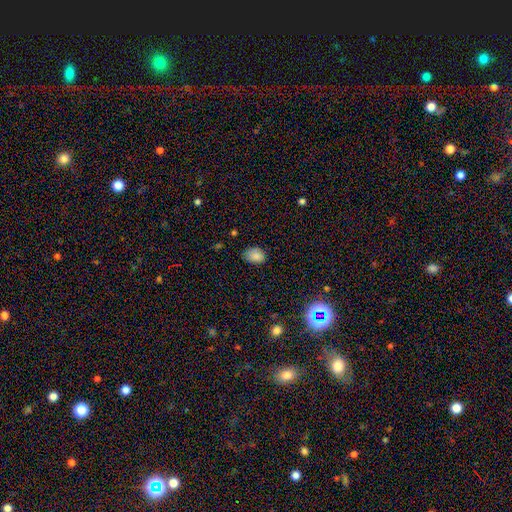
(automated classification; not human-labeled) Smooth or featured? Predicted: smooth (p=0.83). How rounded? Predicted: in between (p=0.76). Merging? Predicted: none (p=0.70).